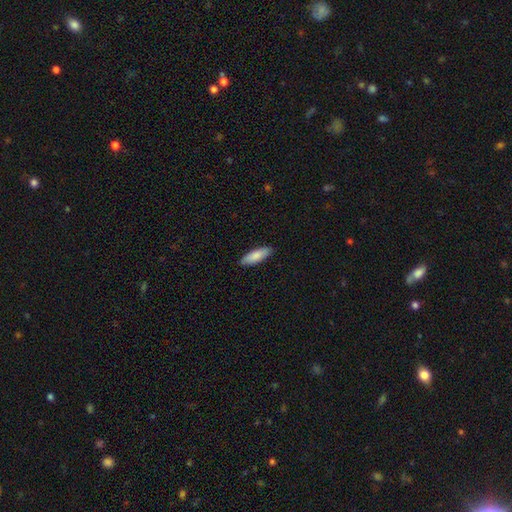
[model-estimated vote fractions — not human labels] Smooth or featured? smooth (85%)
How rounded? cigar-shaped (50%)
Merging? none (89%)